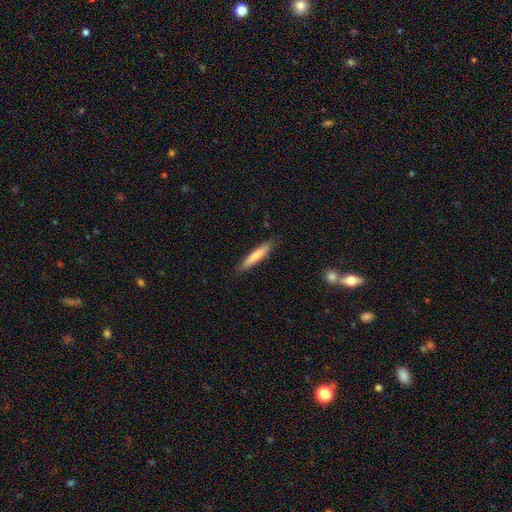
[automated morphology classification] Q: Smooth or featured?
A: smooth (73%); runner-up: featured or disk (22%)
Q: How rounded?
A: cigar-shaped (90%); runner-up: in between (8%)
Q: Merging?
A: none (87%); runner-up: minor disturbance (10%)